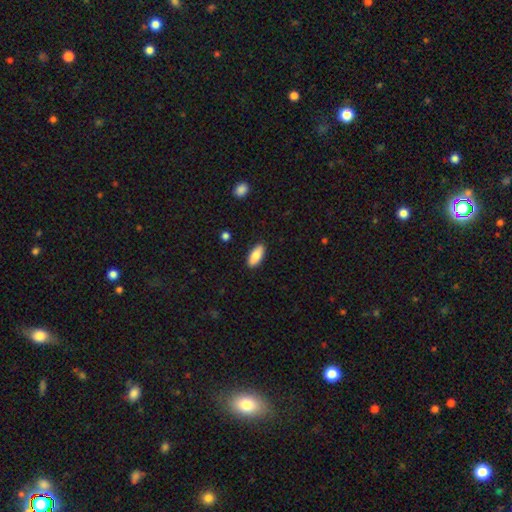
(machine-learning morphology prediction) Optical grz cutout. It shows a smooth galaxy with no disk features (86%) that is in between round and cigar-shaped (81%). Merging: none (88%).